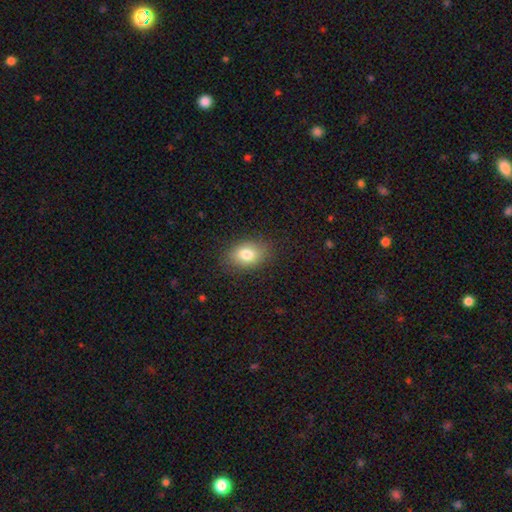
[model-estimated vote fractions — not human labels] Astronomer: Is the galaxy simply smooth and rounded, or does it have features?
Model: smooth — 77%.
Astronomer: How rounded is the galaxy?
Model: in between — 75%.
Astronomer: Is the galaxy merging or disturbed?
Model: none — 90%.